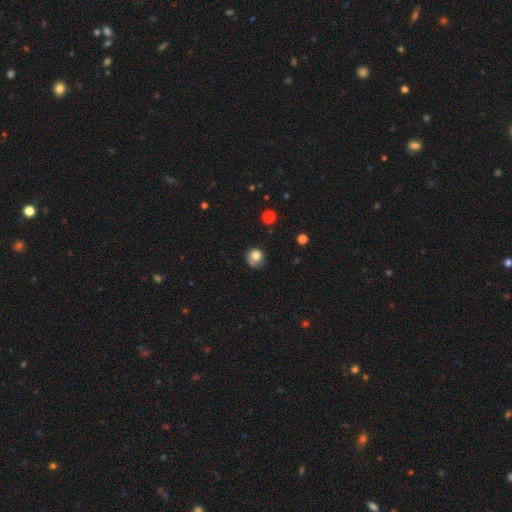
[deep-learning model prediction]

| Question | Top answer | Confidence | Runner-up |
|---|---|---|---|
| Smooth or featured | smooth | 78% | featured or disk (11%) |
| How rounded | round | 84% | in between (16%) |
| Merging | none | 57% | minor disturbance (26%) |